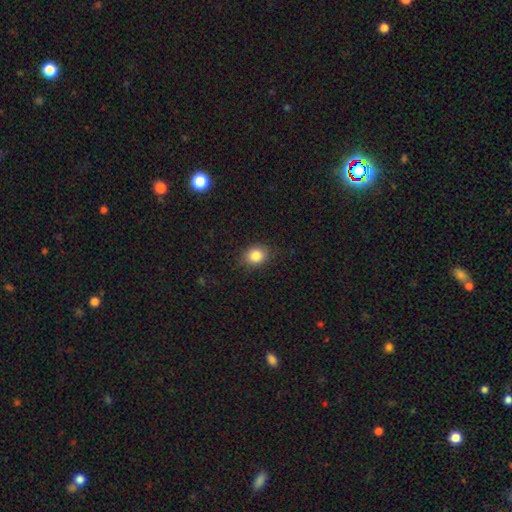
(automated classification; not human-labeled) smooth 84%, star or artifact 10%, featured or disk 6%. Down the decision tree: how rounded — round (56%); merging — none (84%).